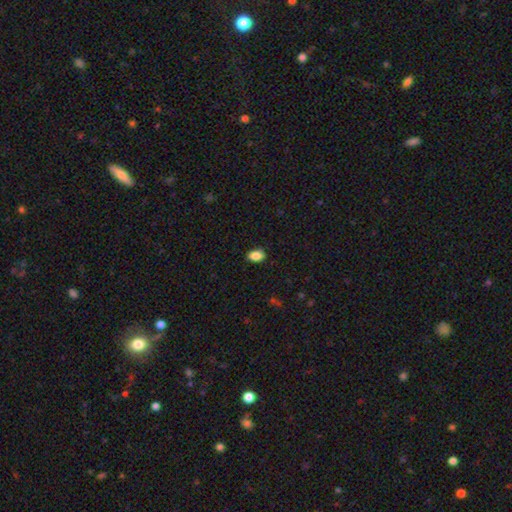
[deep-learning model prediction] Smooth or featured?
  - smooth: 87% *
  - star or artifact: 8%
  - featured or disk: 4%
How rounded?
  - in between: 85% *
  - round: 14%
  - cigar-shaped: 2%
Merging?
  - none: 85% *
  - minor disturbance: 12%
  - major disturbance: 2%
  - merger: 1%